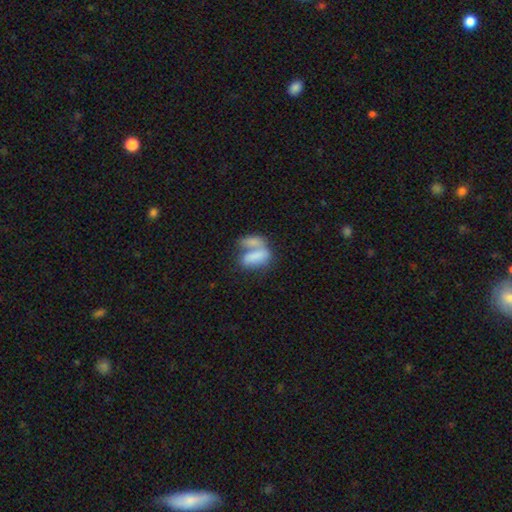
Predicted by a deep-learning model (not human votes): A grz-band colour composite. It shows a smooth galaxy with no disk features (71%) that is in between round and cigar-shaped (82%). Merging: merger (64%).